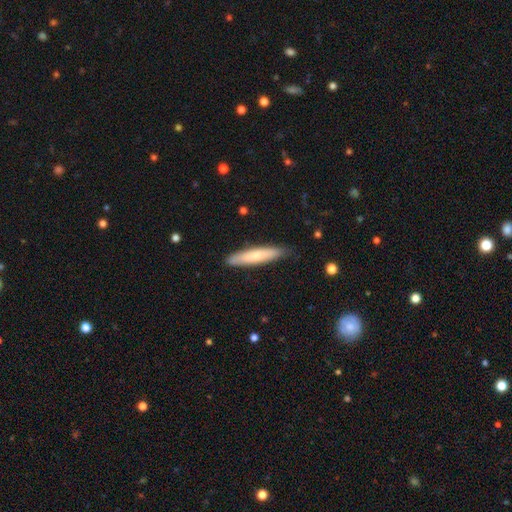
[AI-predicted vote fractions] smooth_or_featured: smooth (p=0.70) [alt: featured or disk p=0.25]
how_rounded: cigar-shaped (p=0.87) [alt: in between p=0.11]
merging: none (p=0.84) [alt: minor disturbance p=0.13]